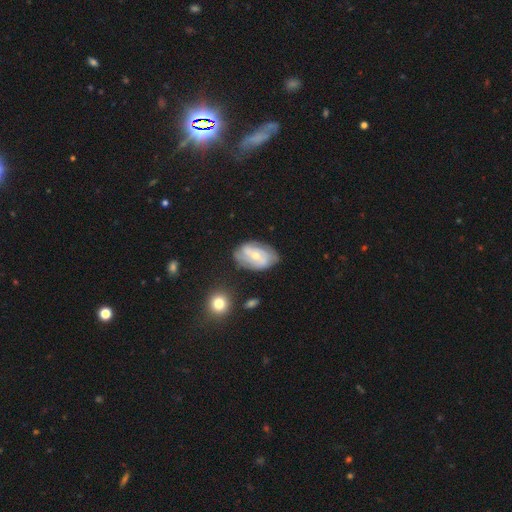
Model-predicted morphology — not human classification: A featured or disk galaxy (71%) with no bar (54%), tight (49%) spiral arms (85%) and a small central bulge (49%).

Vote fractions:
- Smooth or featured? featured or disk: 71% / smooth: 23% / star or artifact: 6%
- Edge-on disk? no: 96% / yes: 4%
- Bar? no: 54% / weak: 36% / strong: 10%
- Spiral arms? yes: 85% / no: 15%
- Spiral winding? tight: 49% / medium: 36% / loose: 14%
- Spiral arm count? can't tell: 34% / 2: 33% / 3: 21% / 4: 6% / 1: 4% / more than 4: 3%
- Bulge size? small: 49% / moderate: 48% / large: 2% / none: 1% / dominant: 1%
- Merging? none: 69% / minor disturbance: 22% / major disturbance: 7% / merger: 3%